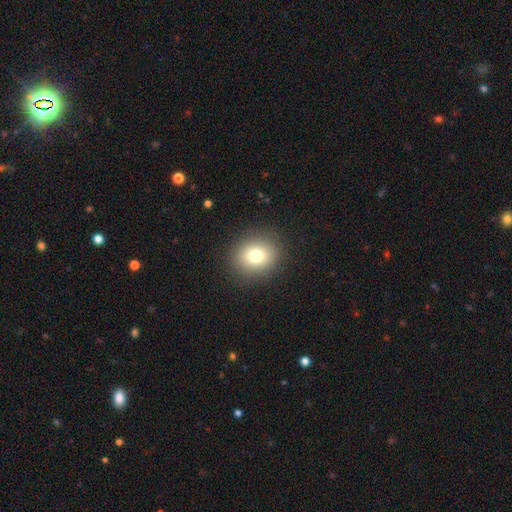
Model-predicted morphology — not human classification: The model was most divided on "how rounded": round: 72%, in between: 27%, cigar-shaped: 1%. More confident: merging — none (89%); smooth or featured — smooth (76%).